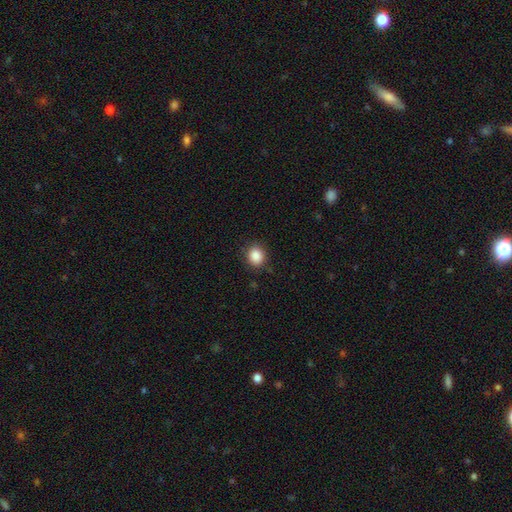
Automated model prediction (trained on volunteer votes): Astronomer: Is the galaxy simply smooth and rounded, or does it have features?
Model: smooth — 87%.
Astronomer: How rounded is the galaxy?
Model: round — 72%.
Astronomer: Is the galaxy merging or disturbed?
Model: none — 88%.